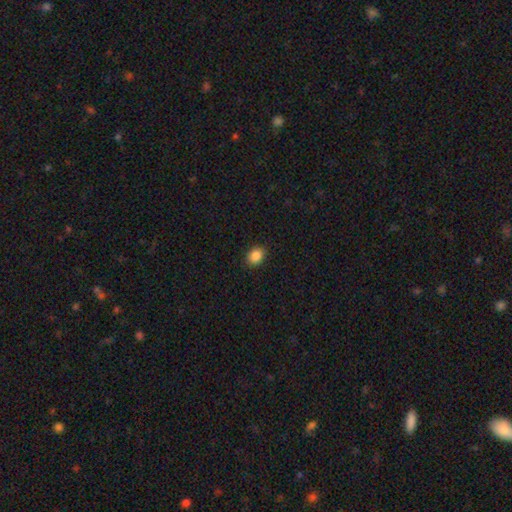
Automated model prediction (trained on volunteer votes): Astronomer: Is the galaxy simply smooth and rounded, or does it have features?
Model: smooth — 87%.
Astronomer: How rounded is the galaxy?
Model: in between — 56% (runner-up: round, 43%).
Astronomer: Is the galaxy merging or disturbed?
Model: none — 89%.